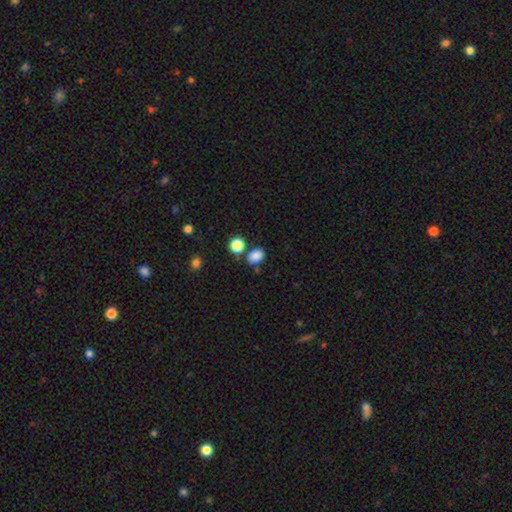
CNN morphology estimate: type=smooth (85%); roundness=in between (69%); merging=none (72%).